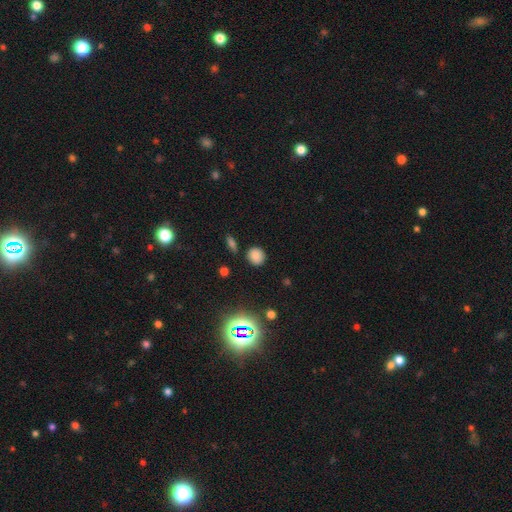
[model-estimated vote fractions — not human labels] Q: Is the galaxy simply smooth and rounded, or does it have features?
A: smooth — 78%.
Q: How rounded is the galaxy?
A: round — 81%.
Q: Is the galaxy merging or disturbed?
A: none — 84%.